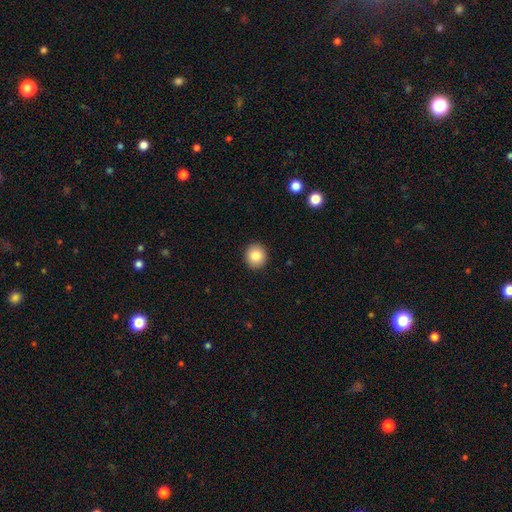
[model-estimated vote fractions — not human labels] Smooth or featured? smooth (86%)
How rounded? round (89%)
Merging? none (92%)